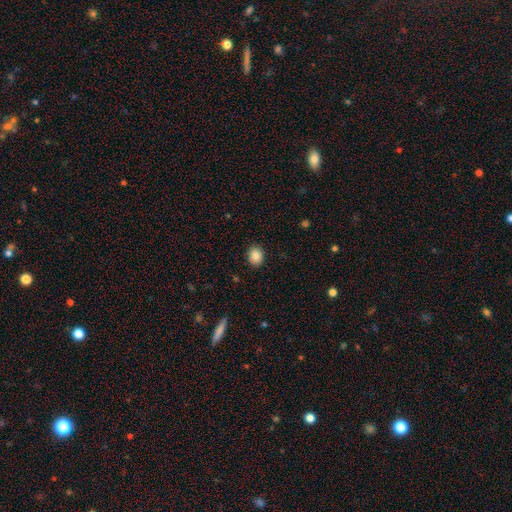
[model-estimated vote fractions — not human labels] smooth 87%, star or artifact 9%, featured or disk 4%. Down the decision tree: how rounded — round (61%); merging — none (90%).